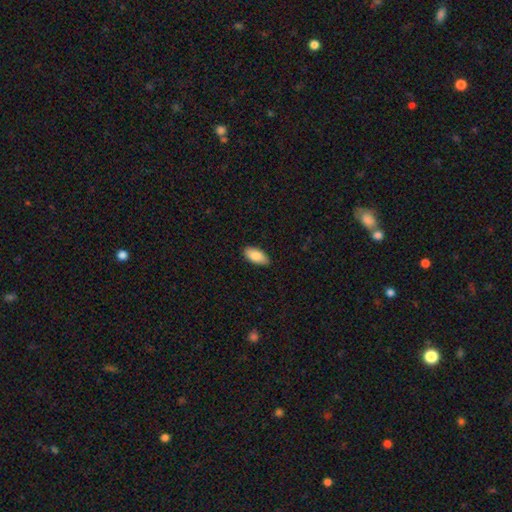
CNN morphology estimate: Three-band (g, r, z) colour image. It shows a smooth galaxy with no disk features (87%) that is in between round and cigar-shaped (91%). Merging: none (86%).